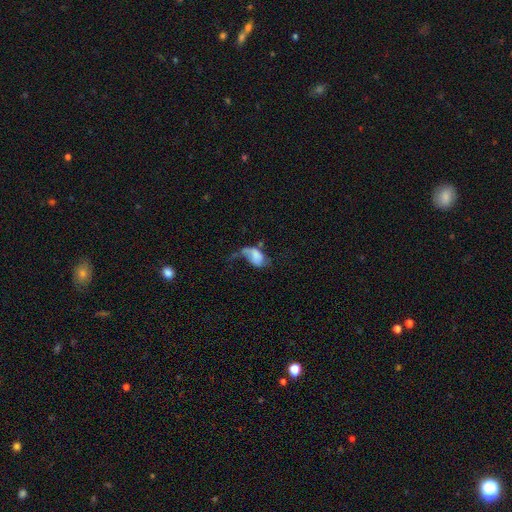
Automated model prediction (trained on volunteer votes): Smooth or featured?
  - smooth: 57% *
  - featured or disk: 34%
  - star or artifact: 10%
How rounded?
  - in between: 90% *
  - round: 8%
  - cigar-shaped: 2%
Merging?
  - major disturbance: 49% *
  - minor disturbance: 20%
  - none: 20%
  - merger: 11%